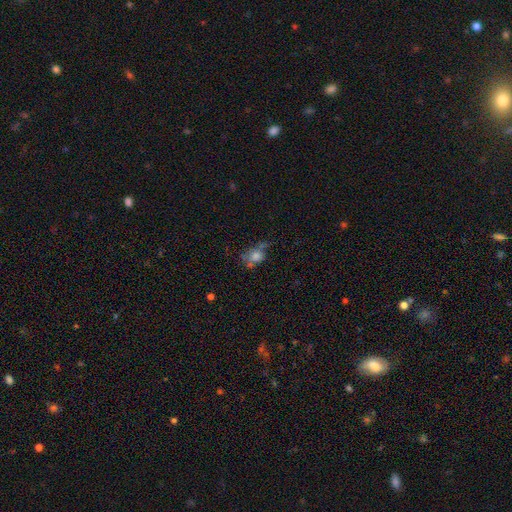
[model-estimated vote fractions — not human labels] A smooth galaxy with no disk features (66%) that is round (49%, tied with in between).

Vote fractions:
- Smooth or featured? smooth: 66% / featured or disk: 21% / star or artifact: 13%
- How rounded? round: 49% (tied) / in between: 49% (tied) / cigar-shaped: 2%
- Merging? none: 38% / minor disturbance: 26% / major disturbance: 19% / merger: 17%